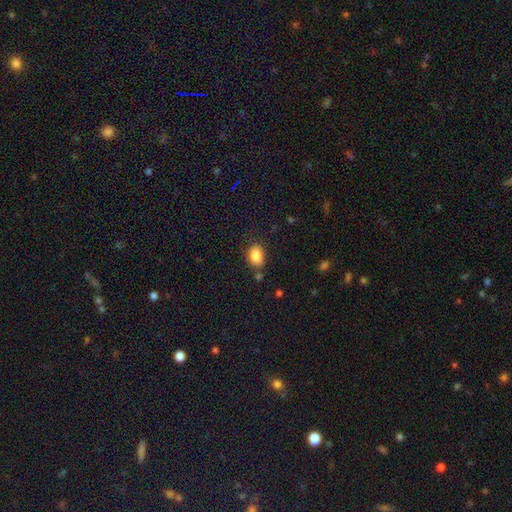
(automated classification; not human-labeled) Q: Smooth or featured?
A: smooth (86%); runner-up: star or artifact (8%)
Q: How rounded?
A: in between (81%); runner-up: round (18%)
Q: Merging?
A: none (74%); runner-up: minor disturbance (16%)